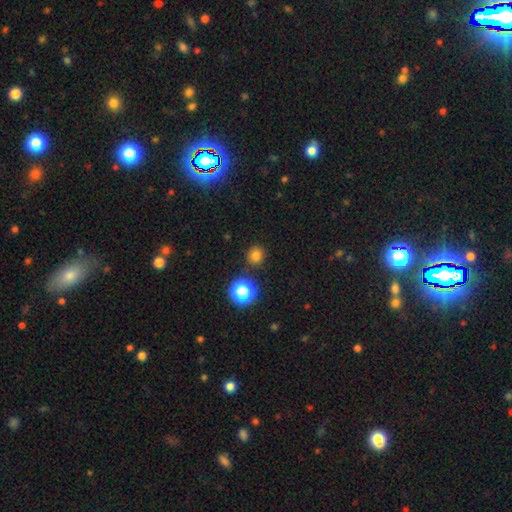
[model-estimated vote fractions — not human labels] Smooth or featured? Predicted: smooth (p=0.75). How rounded? Predicted: round (p=0.88). Merging? Predicted: none (p=0.86).